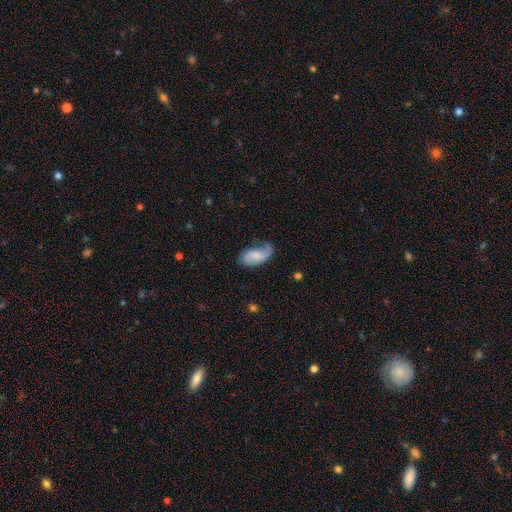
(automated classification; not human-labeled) Morphology: type=featured or disk (47%); merging=none (47%).